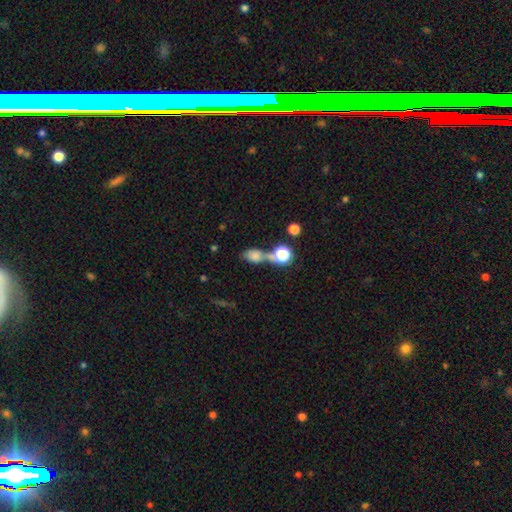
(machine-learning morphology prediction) Overall: smooth (64%). How rounded: in between (56%; round 37%). Merging: merger (44%; none 33%).